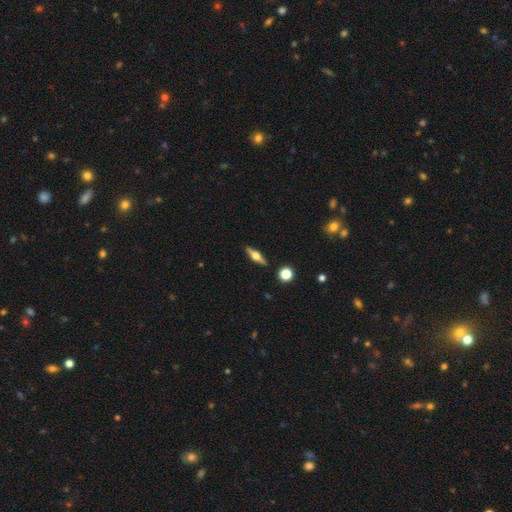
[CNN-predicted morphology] The model was most divided on "smooth or featured": featured or disk: 61%, smooth: 32%, star or artifact: 7%. More confident: edge-on disk — yes (95%); edge-on bulge — rounded (93%); merging — none (89%).